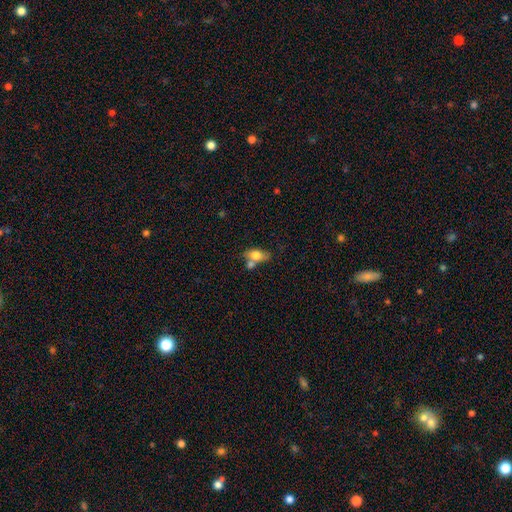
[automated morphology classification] Smooth or featured: smooth — 69% (featured or disk — 24%)
How rounded: in between — 80% (round — 11%)
Merging: none — 43% (merger — 36%)